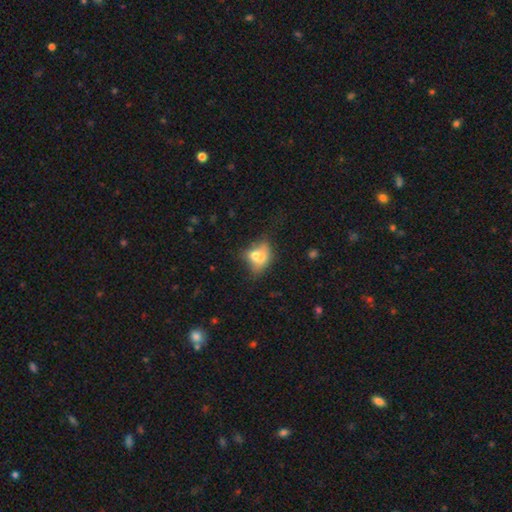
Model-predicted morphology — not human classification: type=smooth (63%); roundness=in between (64%); merging=none (38%).